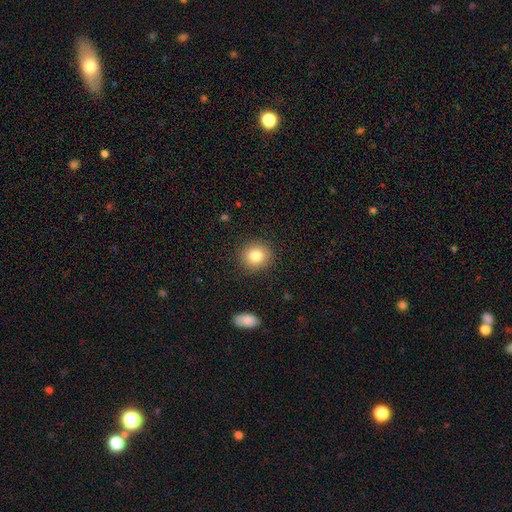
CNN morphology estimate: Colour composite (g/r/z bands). It shows a smooth galaxy with no disk features (82%) that is round (84%). Merging: none (89%).